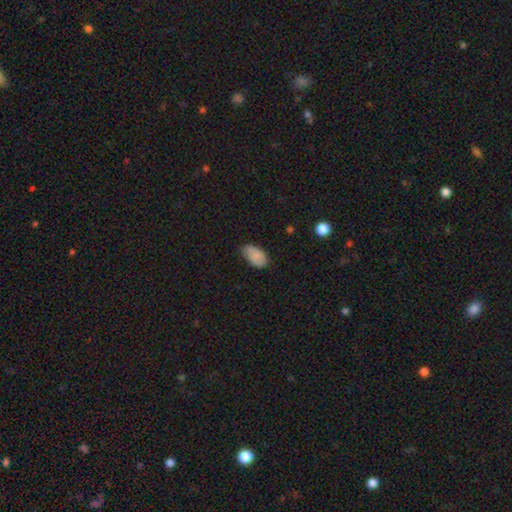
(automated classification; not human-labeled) Q: Smooth or featured?
A: smooth (79%); runner-up: featured or disk (14%)
Q: How rounded?
A: in between (93%); runner-up: round (5%)
Q: Merging?
A: none (68%); runner-up: minor disturbance (26%)